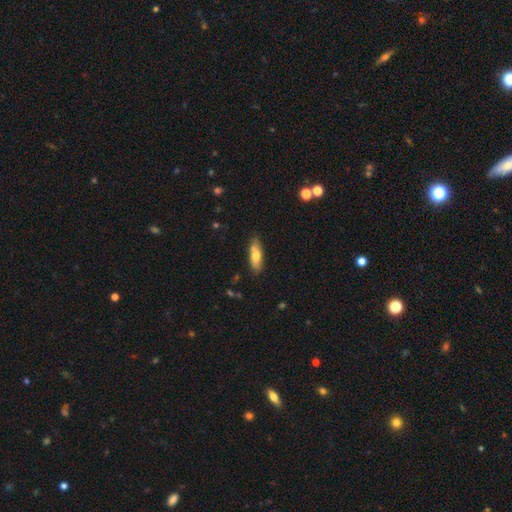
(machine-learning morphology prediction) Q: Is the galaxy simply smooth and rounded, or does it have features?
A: smooth — 67%.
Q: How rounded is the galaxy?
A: in between — 57%.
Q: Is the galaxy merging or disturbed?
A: none — 77%.